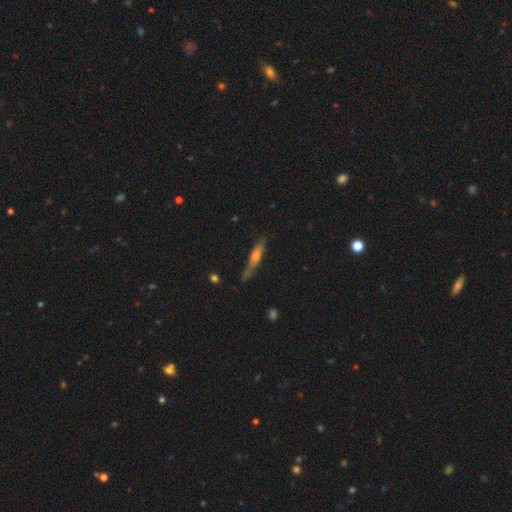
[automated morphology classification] Q: Smooth or featured?
A: featured or disk (54%); runner-up: smooth (39%)
Q: Edge-on disk?
A: yes (90%); runner-up: no (10%)
Q: Merging?
A: none (75%); runner-up: minor disturbance (18%)